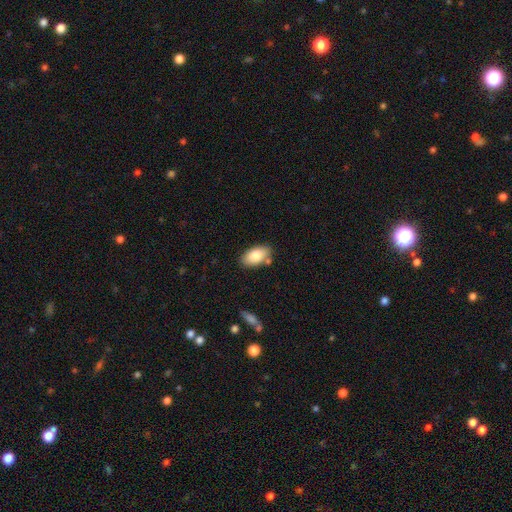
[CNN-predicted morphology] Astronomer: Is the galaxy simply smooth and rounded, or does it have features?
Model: smooth — 81%.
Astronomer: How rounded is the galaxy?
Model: in between — 94%.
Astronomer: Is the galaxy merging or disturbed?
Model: none — 78%.